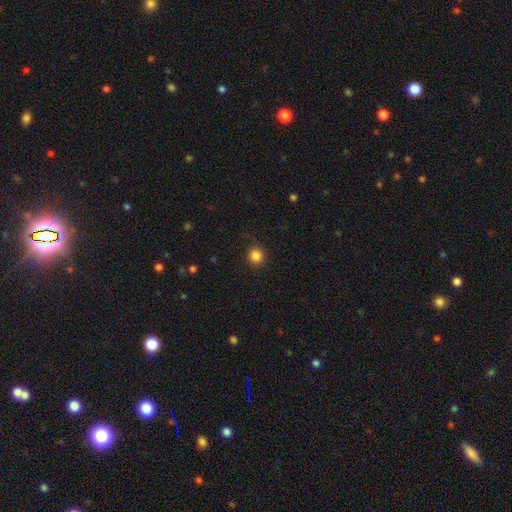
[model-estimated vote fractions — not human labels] The model was most divided on "smooth or featured": smooth: 85%, star or artifact: 11%, featured or disk: 4%. More confident: how rounded — round (91%); merging — none (86%).